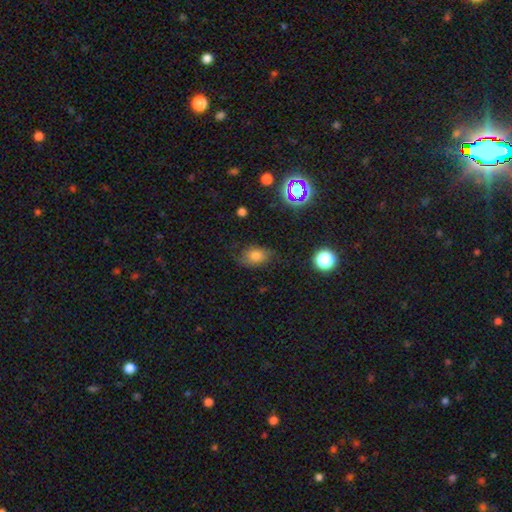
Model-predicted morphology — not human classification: Smooth or featured? smooth (68%)
How rounded? in between (79%)
Merging? none (65%)